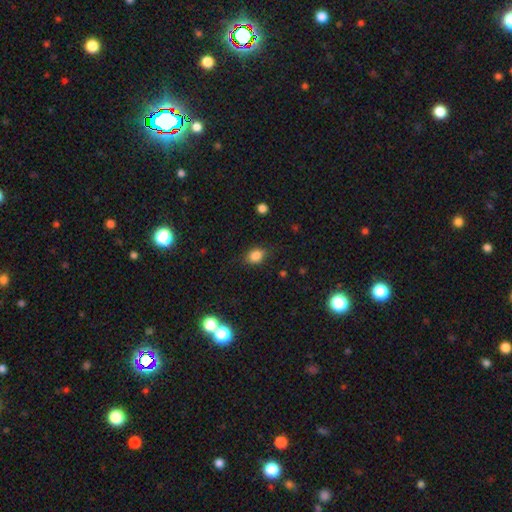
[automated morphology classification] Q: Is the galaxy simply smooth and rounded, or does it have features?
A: smooth — 84%.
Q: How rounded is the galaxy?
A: in between — 63%.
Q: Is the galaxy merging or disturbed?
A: none — 81%.